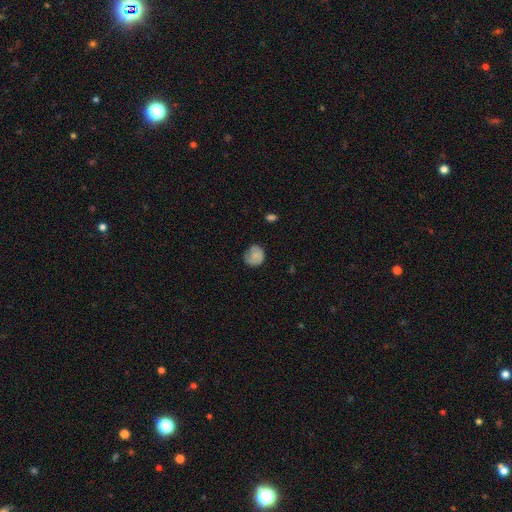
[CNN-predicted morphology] This appears to be a smooth galaxy with no disk features (66%) that is round (78%). Merging: none (66%).